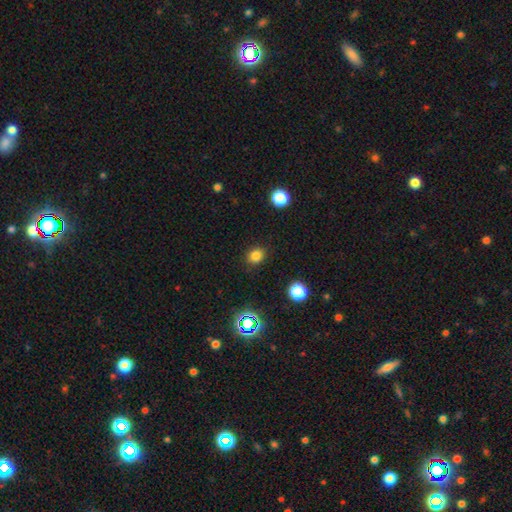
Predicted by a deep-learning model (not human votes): Smooth or featured? smooth (80%)
How rounded? round (67%)
Merging? none (88%)